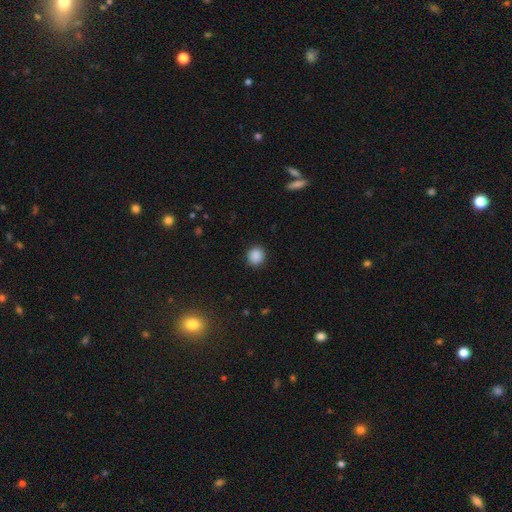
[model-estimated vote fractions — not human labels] smooth_or_featured: smooth (p=0.88) [alt: star or artifact p=0.09]
how_rounded: round (p=0.86) [alt: in between p=0.13]
merging: none (p=0.91) [alt: minor disturbance p=0.06]